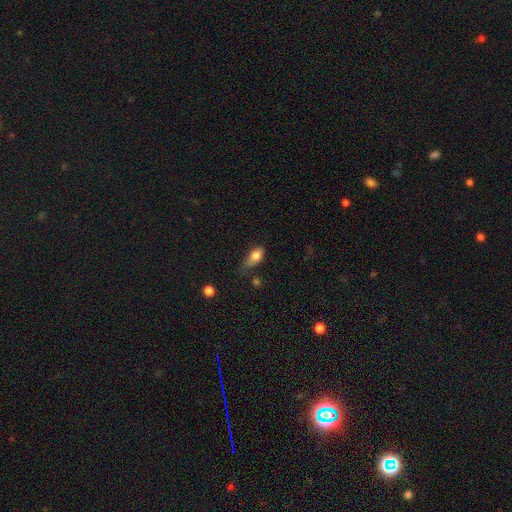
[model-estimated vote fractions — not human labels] This is likely a smooth galaxy (80%). How rounded: clearly in between (82%). Merging: marginally minor disturbance (41%).